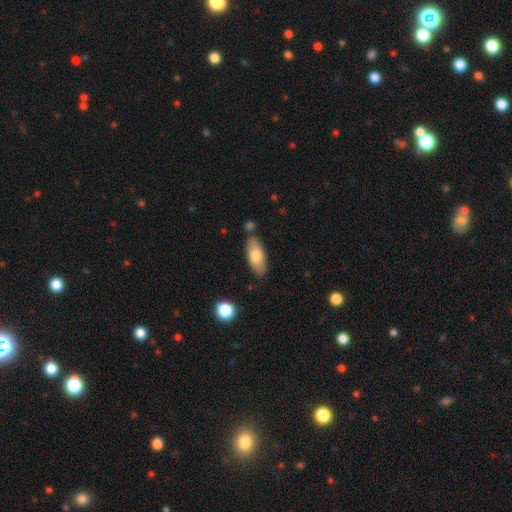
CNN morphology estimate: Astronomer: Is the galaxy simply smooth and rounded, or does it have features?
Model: smooth — 75%.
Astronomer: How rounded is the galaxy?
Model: in between — 82%.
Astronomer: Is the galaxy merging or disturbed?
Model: none — 78%.